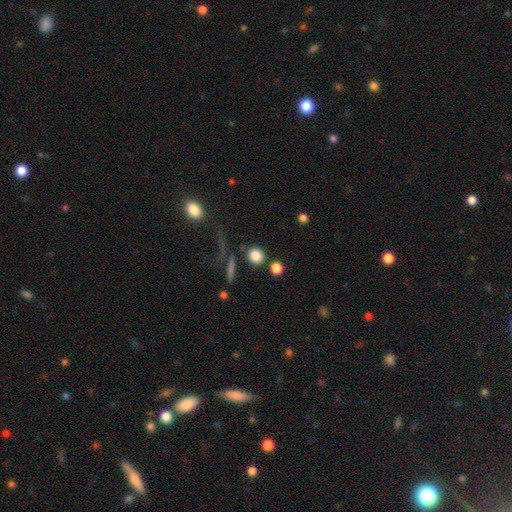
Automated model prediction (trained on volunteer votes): smooth-or-featured: smooth: 84% | star or artifact: 11% | featured or disk: 6%
  how-rounded: round: 84% | in between: 13% | cigar-shaped: 3%
  merging: none: 80% | merger: 9% | minor disturbance: 8% | major disturbance: 4%